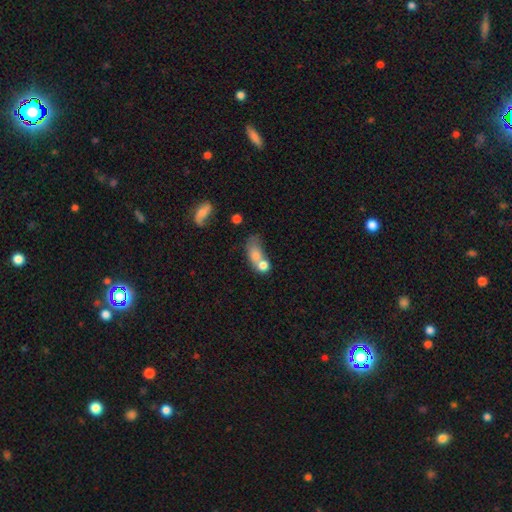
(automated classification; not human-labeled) A smooth galaxy with no disk features (69%) that is in between round and cigar-shaped (62%). Merging: merger (54%).